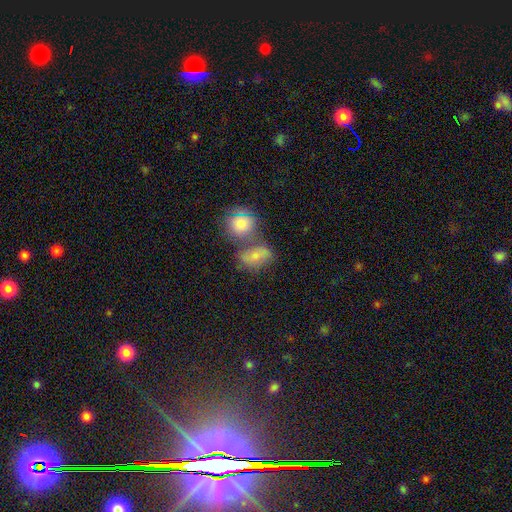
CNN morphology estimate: Q: Smooth or featured?
A: smooth (66%); runner-up: featured or disk (21%)
Q: How rounded?
A: in between (68%); runner-up: round (29%)
Q: Merging?
A: merger (40%); runner-up: none (37%)